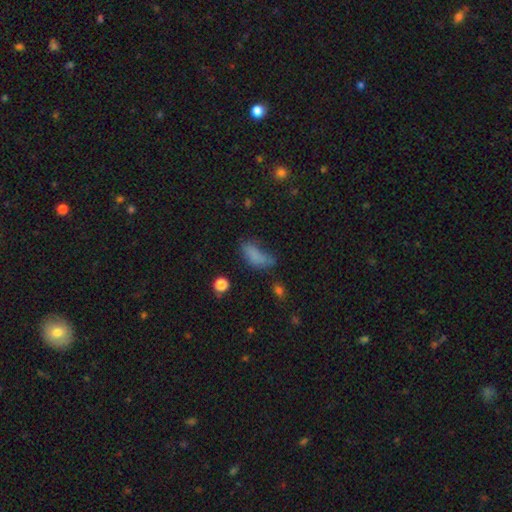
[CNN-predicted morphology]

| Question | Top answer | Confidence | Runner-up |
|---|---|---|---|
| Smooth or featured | smooth | 75% | star or artifact (14%) |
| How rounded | in between | 77% | cigar-shaped (19%) |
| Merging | none | 37% | minor disturbance (31%) |